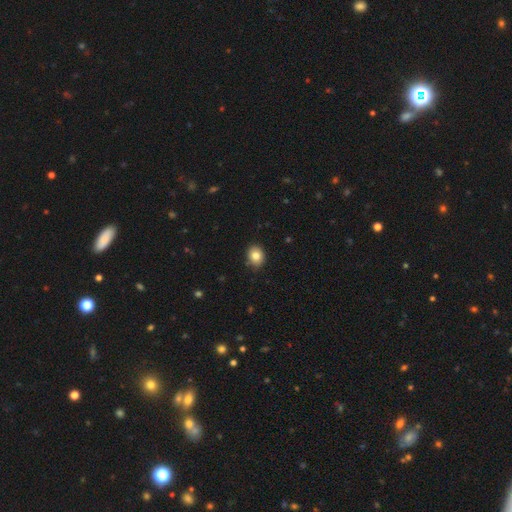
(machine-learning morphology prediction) Overall: smooth (82%). How rounded: round (59%; in between 40%). Merging: none (87%).